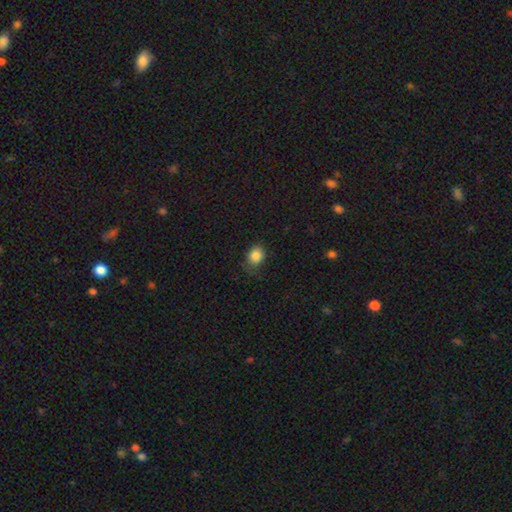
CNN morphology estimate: smooth-or-featured: smooth: 86% | star or artifact: 10% | featured or disk: 5%
  how-rounded: round: 56% | in between: 43% | cigar-shaped: 1%
  merging: none: 72% | minor disturbance: 22% | major disturbance: 6% | merger: 1%